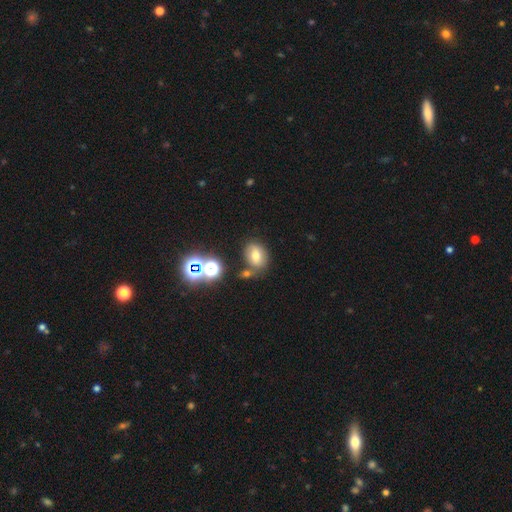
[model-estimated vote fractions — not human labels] Smooth or featured?
  - smooth: 69% *
  - star or artifact: 17%
  - featured or disk: 14%
How rounded?
  - in between: 62% *
  - round: 36%
  - cigar-shaped: 1%
Merging?
  - none: 69% *
  - merger: 14%
  - minor disturbance: 13%
  - major disturbance: 4%